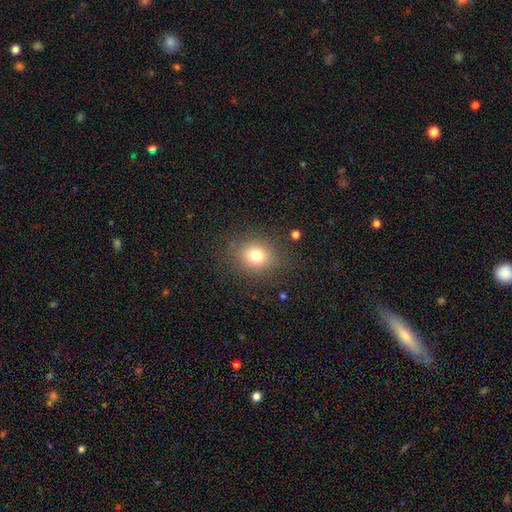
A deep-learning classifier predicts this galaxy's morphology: This is likely a smooth galaxy (76%). How rounded: likely round (77%). Merging: clearly none (84%).